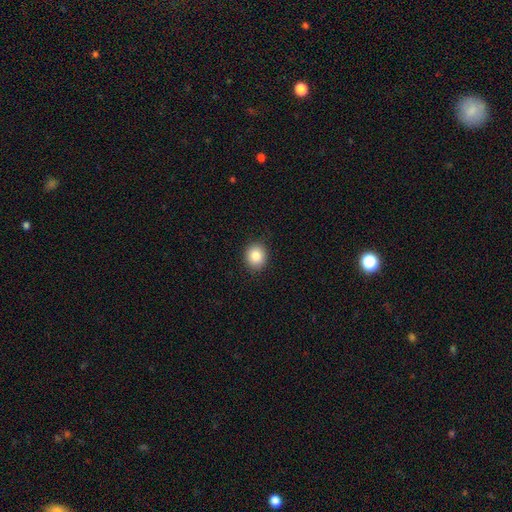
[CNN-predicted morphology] This is clearly a smooth galaxy (86%). How rounded: likely round (76%). Merging: clearly none (90%).